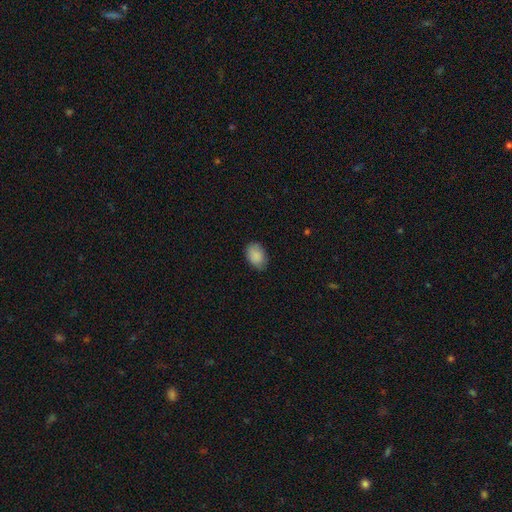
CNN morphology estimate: Smooth or featured? smooth (89%)
How rounded? in between (79%)
Merging? none (80%)